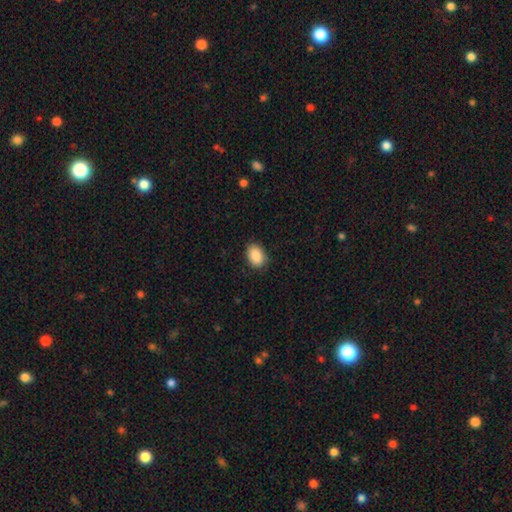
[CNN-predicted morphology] Smooth or featured: smooth — 89% (star or artifact — 7%)
How rounded: in between — 83% (round — 16%)
Merging: none — 85% (minor disturbance — 11%)